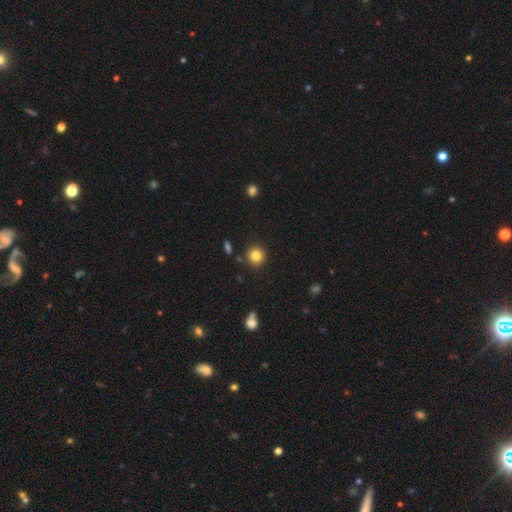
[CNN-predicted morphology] smooth 83%, star or artifact 11%, featured or disk 6%. Down the decision tree: how rounded — round (93%); merging — none (88%).